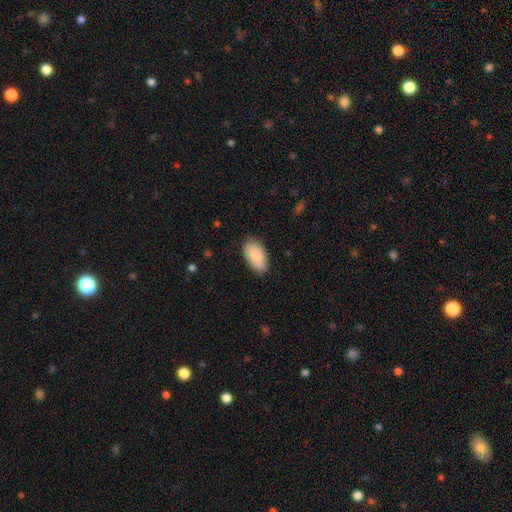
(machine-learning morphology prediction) smooth 86%, featured or disk 8%, star or artifact 6%. Down the decision tree: how rounded — in between (95%); merging — none (85%).